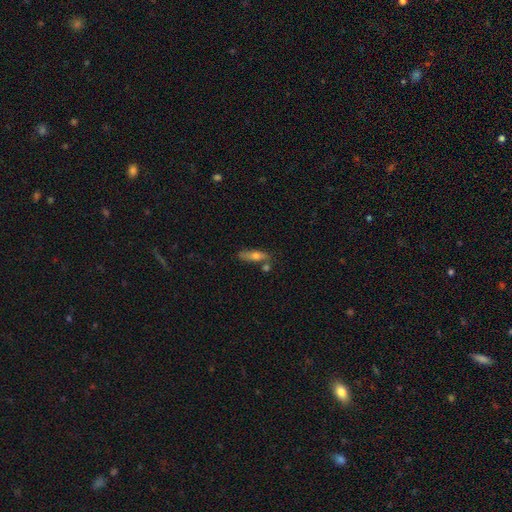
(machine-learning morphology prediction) This is likely a smooth galaxy (62%). How rounded: possibly cigar-shaped (59%). Merging: likely none (66%).